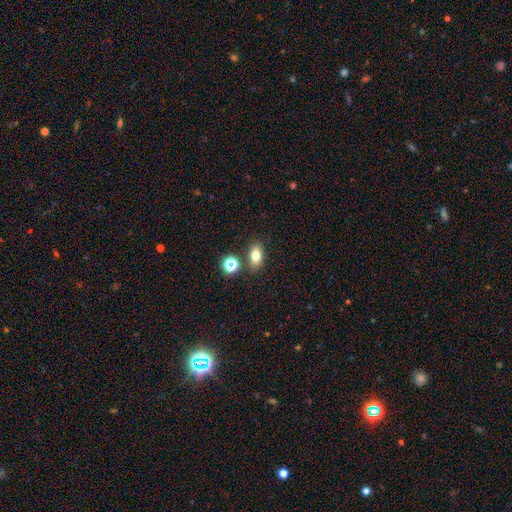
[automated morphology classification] Smooth or featured: smooth — 75% (star or artifact — 14%)
How rounded: in between — 79% (round — 18%)
Merging: none — 79% (minor disturbance — 10%)